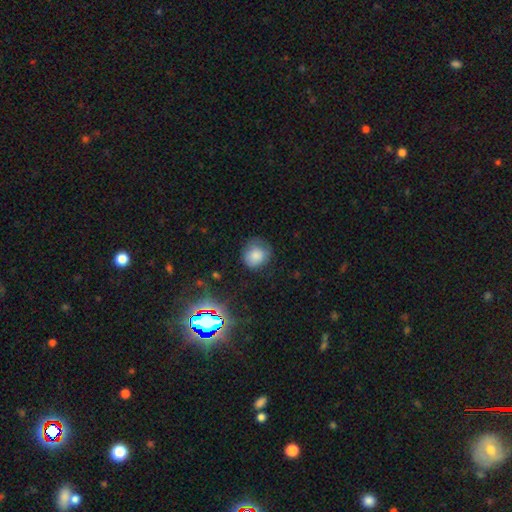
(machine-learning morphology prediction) smooth 81%, star or artifact 12%, featured or disk 8%. Down the decision tree: how rounded — round (82%); merging — none (67%).